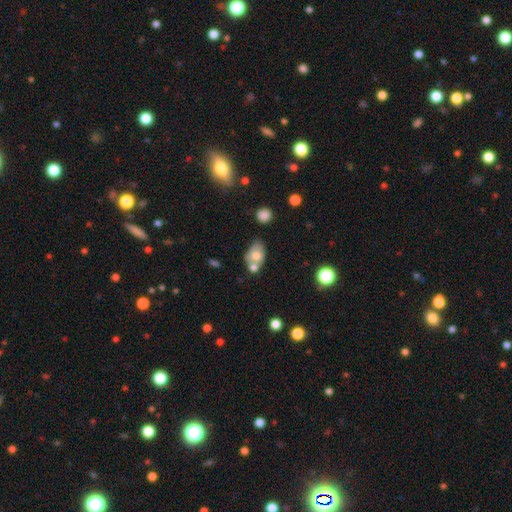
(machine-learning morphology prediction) smooth 64%, featured or disk 28%, star or artifact 8%. Down the decision tree: how rounded — in between (82%); merging — none (43%).